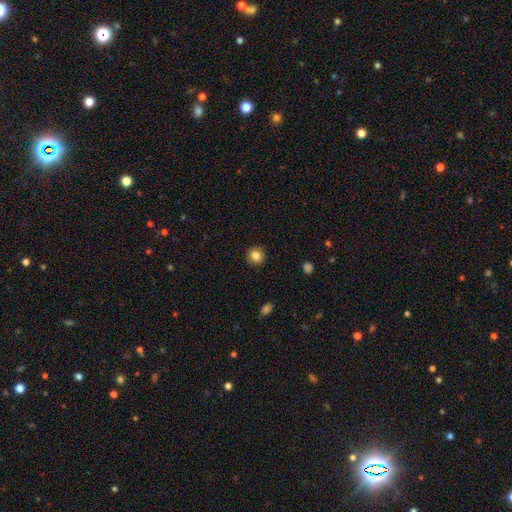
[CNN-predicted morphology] Smooth or featured?
  - smooth: 84% *
  - star or artifact: 11%
  - featured or disk: 5%
How rounded?
  - round: 91% *
  - in between: 8%
  - cigar-shaped: 1%
Merging?
  - none: 92% *
  - minor disturbance: 5%
  - major disturbance: 2%
  - merger: 1%